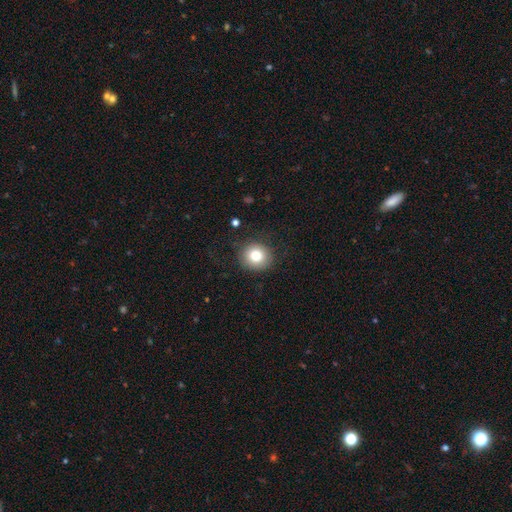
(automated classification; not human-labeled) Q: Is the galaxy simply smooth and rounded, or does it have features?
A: smooth — 82%.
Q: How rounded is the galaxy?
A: round — 84%.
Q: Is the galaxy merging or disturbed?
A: none — 85%.